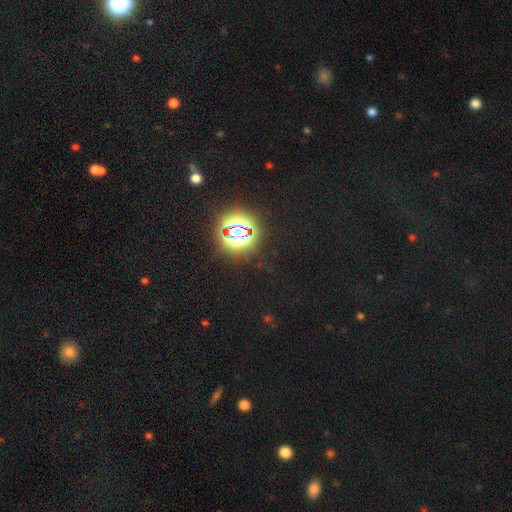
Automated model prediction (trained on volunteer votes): star or artifact 80%, smooth 13%, featured or disk 7%.